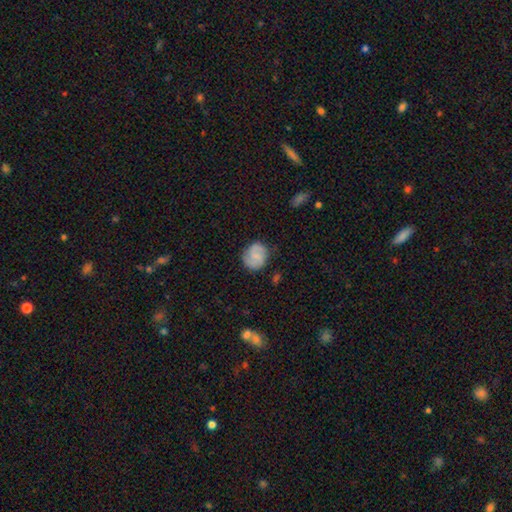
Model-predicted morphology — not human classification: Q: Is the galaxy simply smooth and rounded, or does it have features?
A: smooth — 50%.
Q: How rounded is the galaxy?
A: round — 75%.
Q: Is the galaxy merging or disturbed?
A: none — 77%.